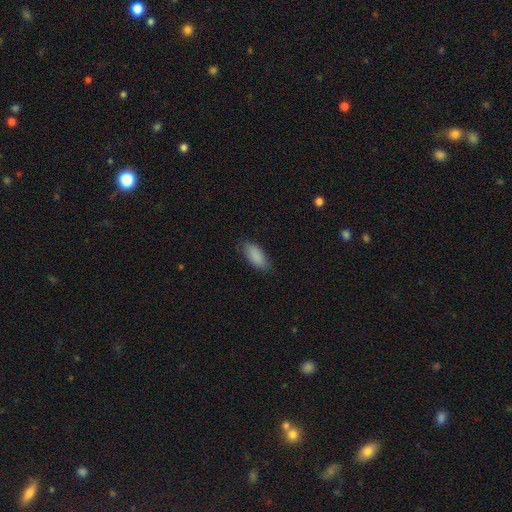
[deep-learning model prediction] Smooth or featured: smooth — 89% (star or artifact — 7%)
How rounded: in between — 86% (cigar-shaped — 13%)
Merging: none — 80% (minor disturbance — 15%)